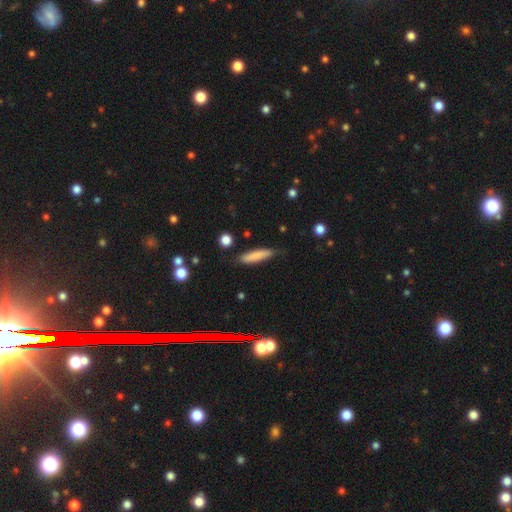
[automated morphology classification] smooth_or_featured: smooth (p=0.81) [alt: featured or disk p=0.13]
how_rounded: cigar-shaped (p=0.83) [alt: in between p=0.15]
merging: none (p=0.78) [alt: minor disturbance p=0.17]